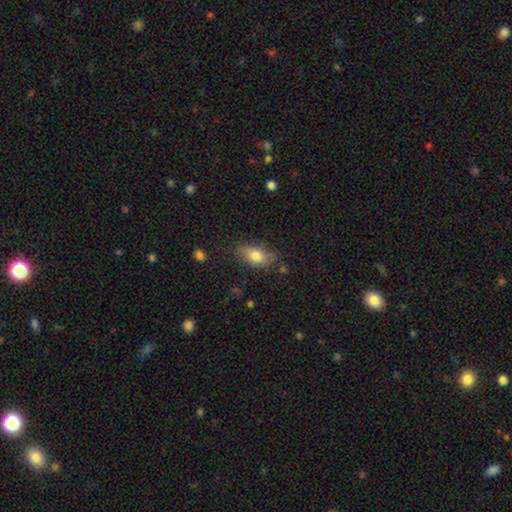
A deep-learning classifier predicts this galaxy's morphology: Smooth or featured: smooth — 79% (featured or disk — 13%)
How rounded: in between — 86% (round — 9%)
Merging: none — 73% (minor disturbance — 20%)